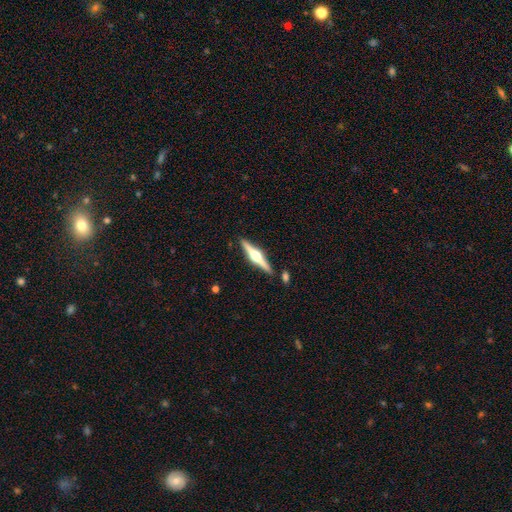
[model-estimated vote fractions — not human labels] This is likely a featured or disk galaxy (80%). It is clearly viewed edge-on (98%). Edge-on bulge: clearly rounded (96%). Merging: clearly none (89%).